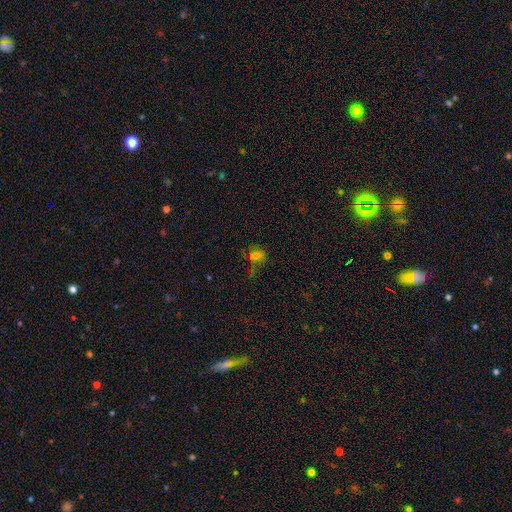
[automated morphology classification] Smooth or featured: smooth — 59% (star or artifact — 26%)
How rounded: in between — 52% (round — 46%)
Merging: none — 44% (major disturbance — 25%)